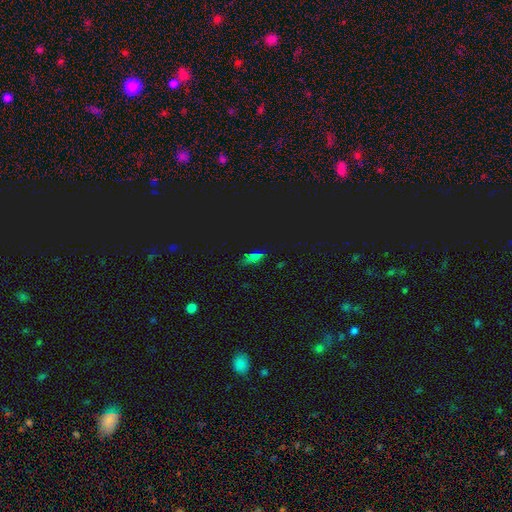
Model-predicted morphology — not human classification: Smooth or featured: star or artifact — 53% (smooth — 37%)